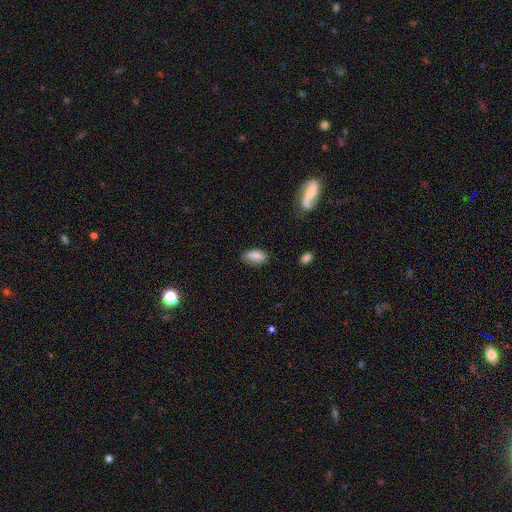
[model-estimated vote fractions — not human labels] A smooth galaxy with no disk features (85%) that is in between round and cigar-shaped (91%).

Vote fractions:
- Smooth or featured? smooth: 85% / featured or disk: 8% / star or artifact: 7%
- How rounded? in between: 91% / cigar-shaped: 6% / round: 3%
- Merging? none: 71% / minor disturbance: 22% / major disturbance: 5% / merger: 2%